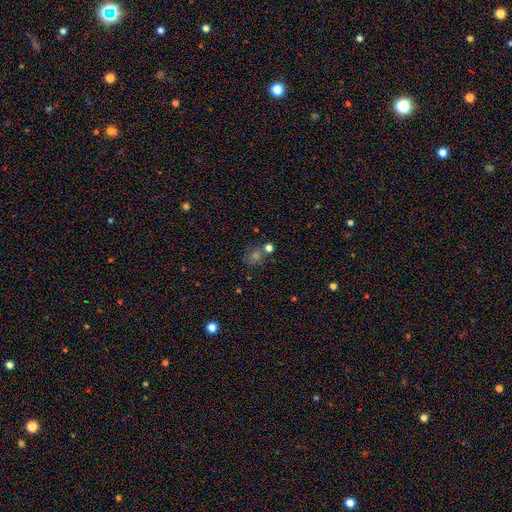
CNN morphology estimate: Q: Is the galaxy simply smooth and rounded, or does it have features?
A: smooth — 51%.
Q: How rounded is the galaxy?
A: round — 73%.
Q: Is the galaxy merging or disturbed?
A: none — 64%.